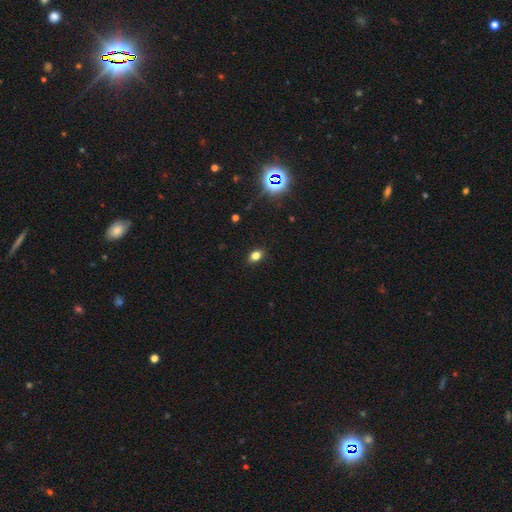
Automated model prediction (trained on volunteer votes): smooth 78%, star or artifact 15%, featured or disk 7%. Down the decision tree: how rounded — in between (73%); merging — none (86%).